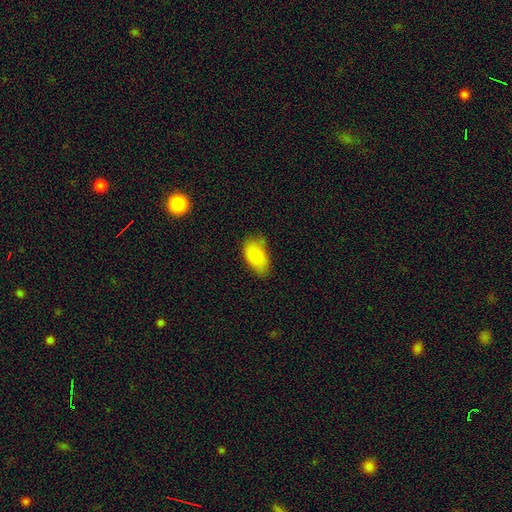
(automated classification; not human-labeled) Smooth or featured?
  - smooth: 86% *
  - featured or disk: 7%
  - star or artifact: 7%
How rounded?
  - in between: 93% *
  - round: 5%
  - cigar-shaped: 2%
Merging?
  - none: 65% *
  - minor disturbance: 27%
  - major disturbance: 6%
  - merger: 2%